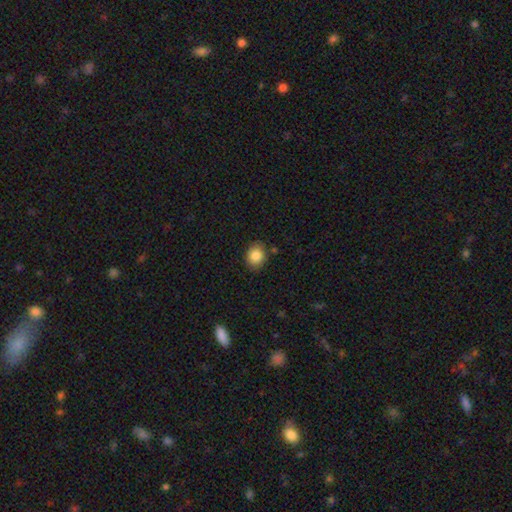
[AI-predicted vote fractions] Overall: smooth (85%). How rounded: round (54%; in between 45%). Merging: none (84%).